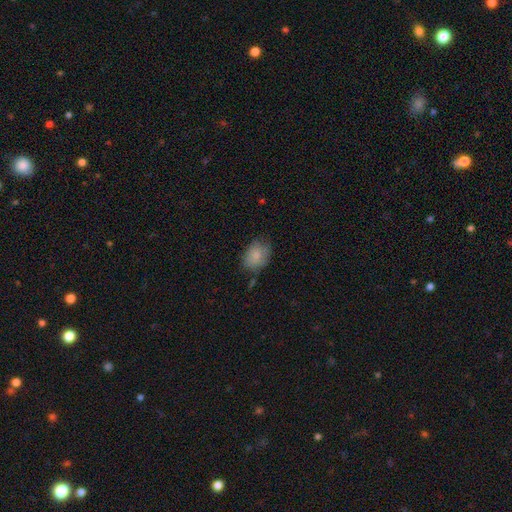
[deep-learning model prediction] smooth 82%, featured or disk 11%, star or artifact 7%. Down the decision tree: how rounded — in between (70%); merging — none (65%).